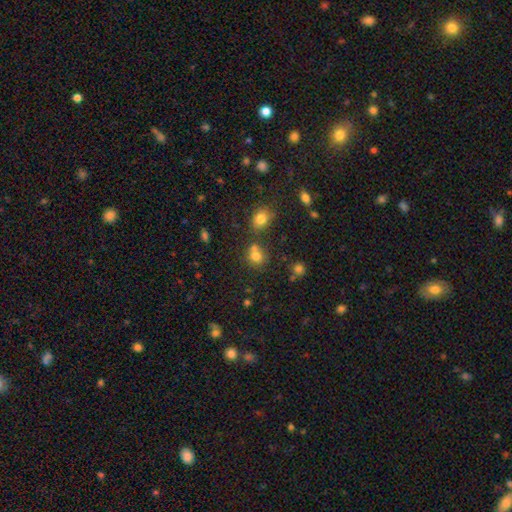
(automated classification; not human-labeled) Smooth or featured? smooth (75%)
How rounded? round (78%)
Merging? none (55%)